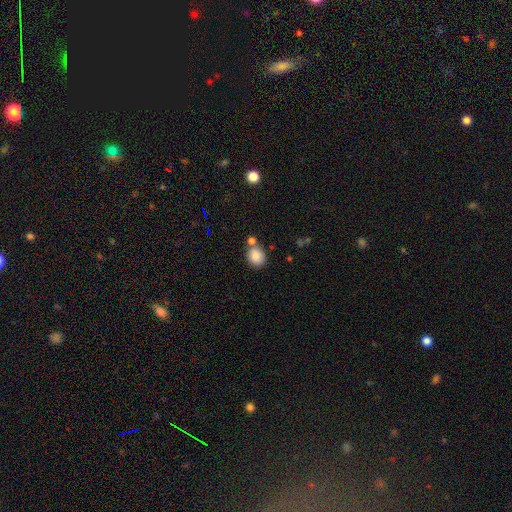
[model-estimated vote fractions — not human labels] smooth_or_featured: smooth (p=0.86) [alt: star or artifact p=0.09]
how_rounded: round (p=0.63) [alt: in between p=0.36]
merging: none (p=0.65) [alt: merger p=0.19]